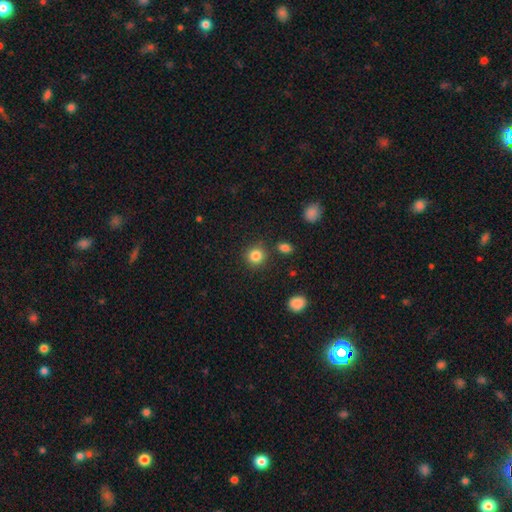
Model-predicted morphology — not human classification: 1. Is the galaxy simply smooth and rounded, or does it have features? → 85% smooth, 11% star or artifact, 5% featured or disk.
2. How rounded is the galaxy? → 90% round, 9% in between, 1% cigar-shaped.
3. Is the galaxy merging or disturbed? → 86% none, 7% minor disturbance, 4% merger, 3% major disturbance.